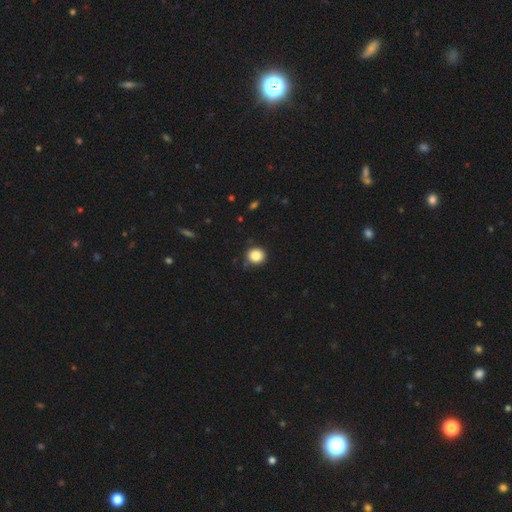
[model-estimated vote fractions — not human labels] This is clearly a smooth galaxy (85%). How rounded: clearly round (89%). Merging: clearly none (87%).